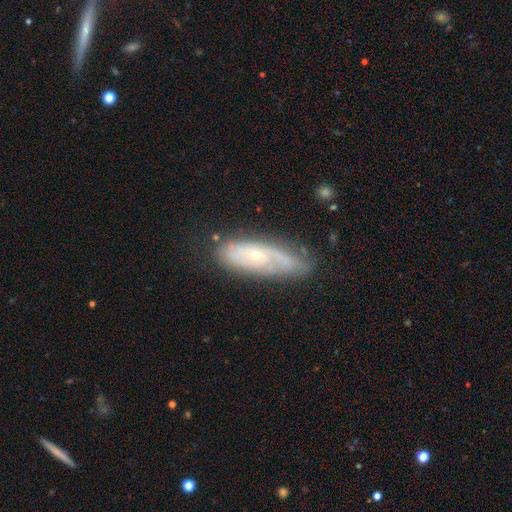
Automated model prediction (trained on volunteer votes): This is likely a featured or disk galaxy (65%). It is clearly not viewed edge-on (83%). Bar: likely no (76%). Spiral arm pattern: likely yes (75%). Central bulge: likely small (70%). Merging: likely none (61%).